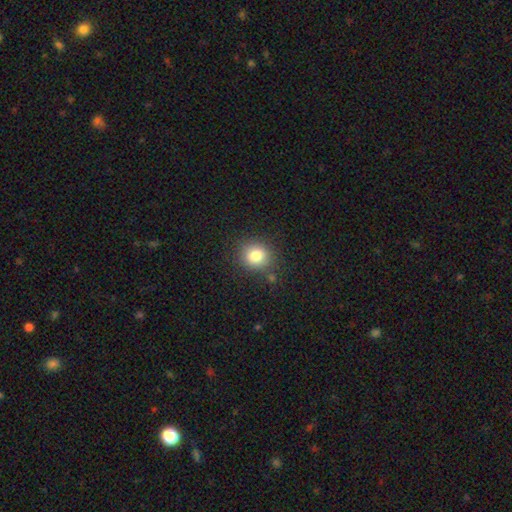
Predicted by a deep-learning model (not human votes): smooth-or-featured: smooth: 82% | star or artifact: 11% | featured or disk: 7%
  how-rounded: round: 78% | in between: 21% | cigar-shaped: 1%
  merging: none: 82% | minor disturbance: 11% | major disturbance: 3% | merger: 3%